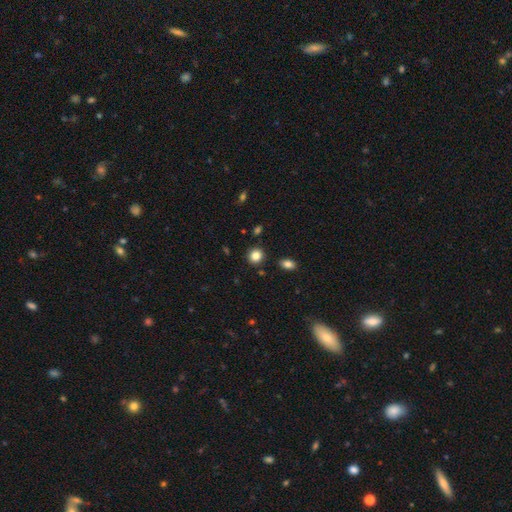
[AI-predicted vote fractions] Morphology: type=smooth (84%); roundness=round (85%); merging=none (88%).